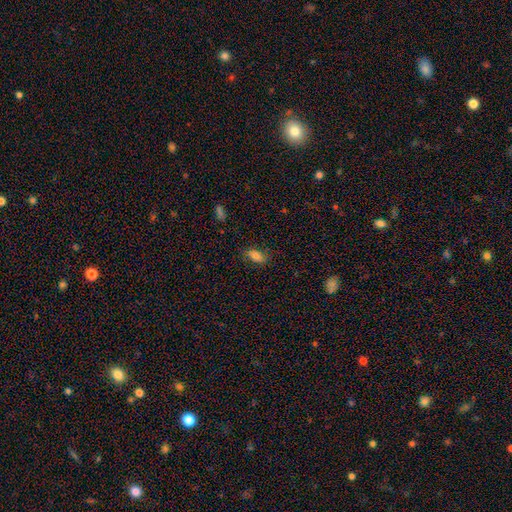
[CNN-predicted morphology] Overall: smooth (78%). How rounded: in between (88%). Merging: none (78%).